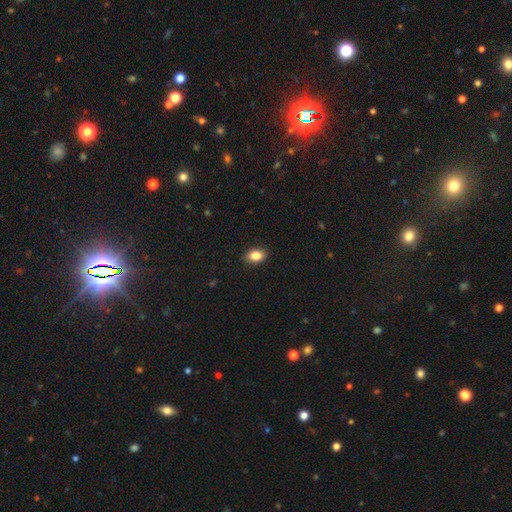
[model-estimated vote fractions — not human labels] Overall: smooth (86%). How rounded: in between (85%). Merging: none (89%).